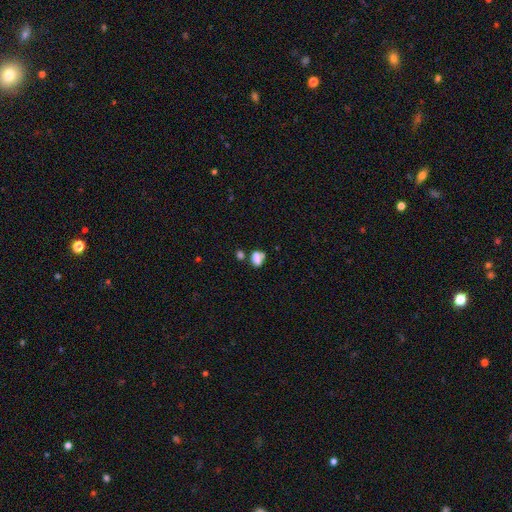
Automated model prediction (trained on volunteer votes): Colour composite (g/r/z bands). It shows a smooth galaxy with no disk features (76%) that is in between round and cigar-shaped (65%). Merging: none (39%).